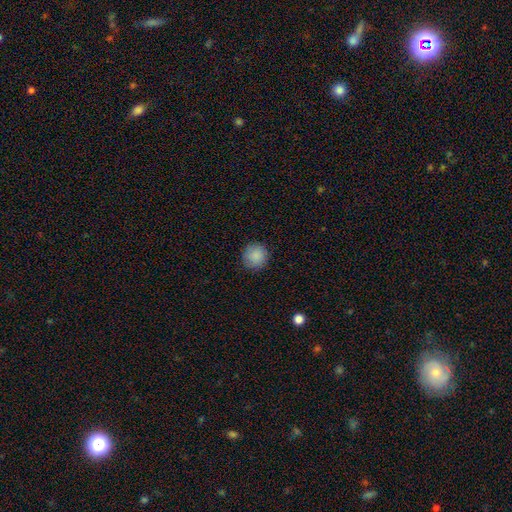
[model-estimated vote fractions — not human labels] A smooth galaxy with no disk features (88%) that is round (92%).

Vote fractions:
- Smooth or featured? smooth: 88% / star or artifact: 8% / featured or disk: 4%
- How rounded? round: 92% / in between: 7% / cigar-shaped: 1%
- Merging? none: 87% / minor disturbance: 10% / major disturbance: 2% / merger: 1%